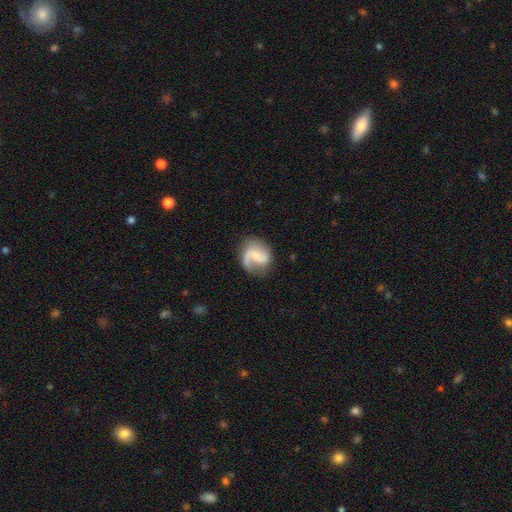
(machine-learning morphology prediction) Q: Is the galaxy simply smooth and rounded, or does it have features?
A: featured or disk — 75%.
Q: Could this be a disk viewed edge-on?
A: no — 98%.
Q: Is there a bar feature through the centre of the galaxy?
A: weak — 44%.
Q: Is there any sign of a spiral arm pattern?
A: yes — 93%.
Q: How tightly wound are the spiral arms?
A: loose — 46%.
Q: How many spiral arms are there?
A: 2 — 53%.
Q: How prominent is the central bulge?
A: small — 54%.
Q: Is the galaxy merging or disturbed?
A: none — 60%.